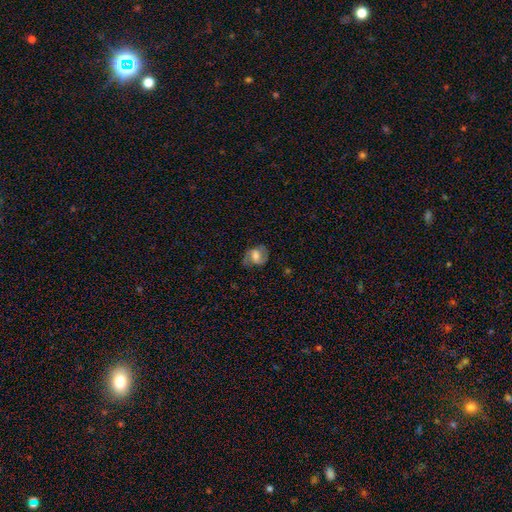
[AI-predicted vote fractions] A featured or disk galaxy (55%) with a weak bar (45%), spiral arms (82%) and a moderate central bulge (46%).

Vote fractions:
- Smooth or featured? featured or disk: 55% / smooth: 37% / star or artifact: 8%
- Edge-on disk? no: 96% / yes: 4%
- Bar? weak: 45% / no: 34% / strong: 21%
- Spiral arms? yes: 82% / no: 18%
- Bulge size? moderate: 46% / large: 29% / small: 16% / none: 6% / dominant: 3%
- Merging? none: 68% / minor disturbance: 21% / major disturbance: 10% / merger: 1%